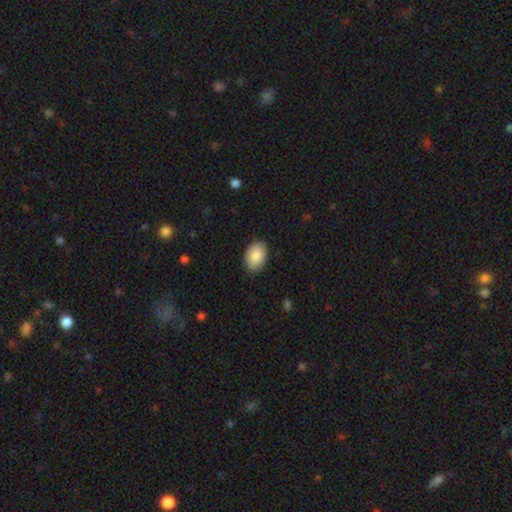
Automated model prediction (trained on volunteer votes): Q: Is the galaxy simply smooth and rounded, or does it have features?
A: smooth — 88%.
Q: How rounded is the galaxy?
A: in between — 86%.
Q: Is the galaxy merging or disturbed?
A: none — 88%.